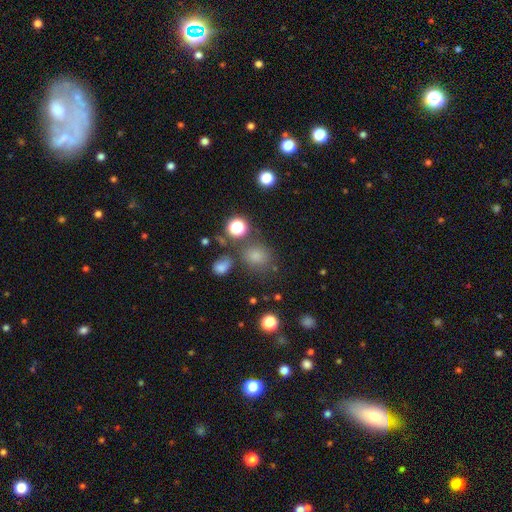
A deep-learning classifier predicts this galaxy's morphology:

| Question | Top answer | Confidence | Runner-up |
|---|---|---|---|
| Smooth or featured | smooth | 74% | star or artifact (19%) |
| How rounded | round | 69% | in between (29%) |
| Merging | none | 69% | minor disturbance (14%) |